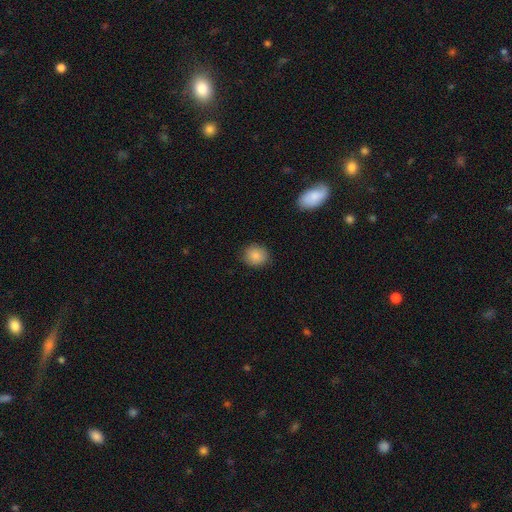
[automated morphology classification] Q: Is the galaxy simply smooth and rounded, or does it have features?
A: smooth — 86%.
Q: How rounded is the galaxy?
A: round — 73%.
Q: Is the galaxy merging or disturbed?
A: none — 87%.